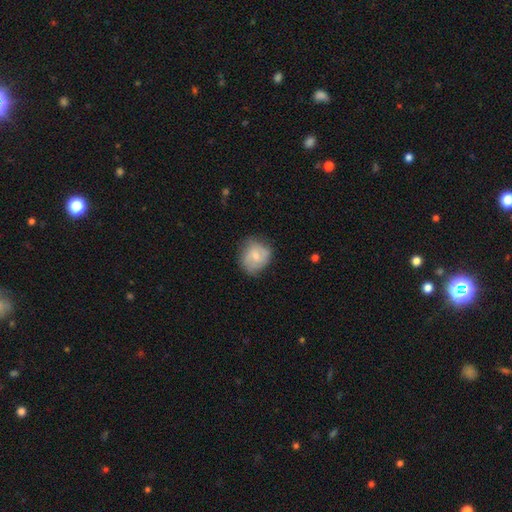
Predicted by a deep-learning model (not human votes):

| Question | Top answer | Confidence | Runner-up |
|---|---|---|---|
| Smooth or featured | smooth | 59% | featured or disk (34%) |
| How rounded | round | 72% | in between (27%) |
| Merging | none | 65% | minor disturbance (26%) |